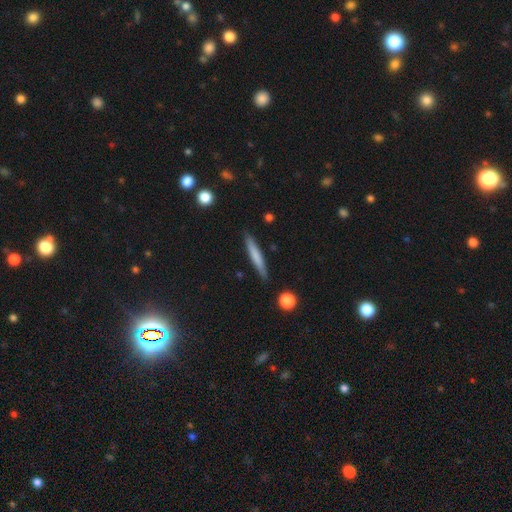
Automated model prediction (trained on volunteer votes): smooth-or-featured: smooth: 68% | featured or disk: 26% | star or artifact: 6%
  how-rounded: cigar-shaped: 95% | in between: 4% | round: 1%
  merging: none: 87% | minor disturbance: 9% | major disturbance: 2% | merger: 2%